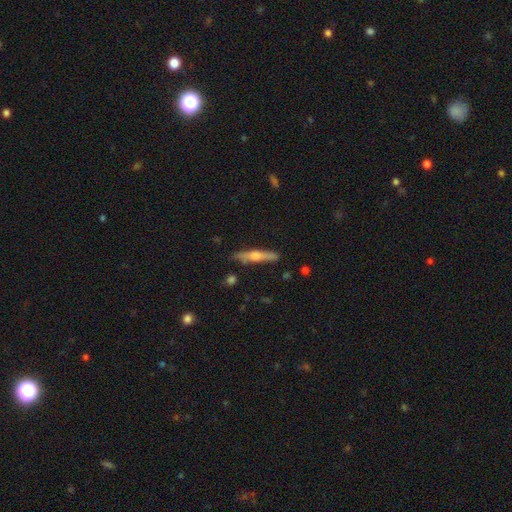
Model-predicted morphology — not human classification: Smooth or featured: featured or disk — 56% (smooth — 38%)
Edge-on disk: yes — 95% (no — 5%)
Edge-on bulge: rounded — 84% (none — 8%)
Merging: none — 84% (minor disturbance — 12%)